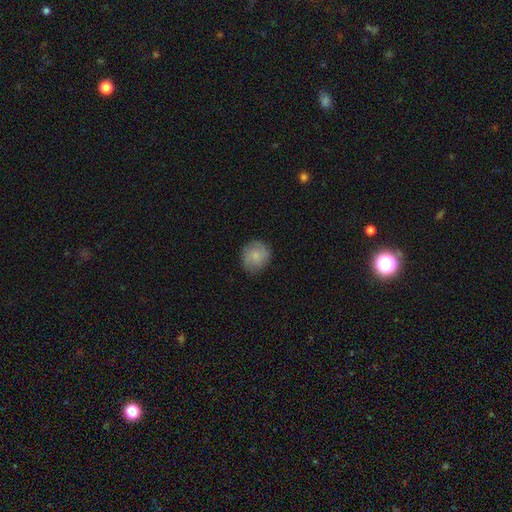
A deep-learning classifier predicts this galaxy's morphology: smooth_or_featured: smooth (p=0.75) [alt: featured or disk p=0.18]
how_rounded: round (p=0.84) [alt: in between p=0.15]
merging: none (p=0.80) [alt: minor disturbance p=0.15]